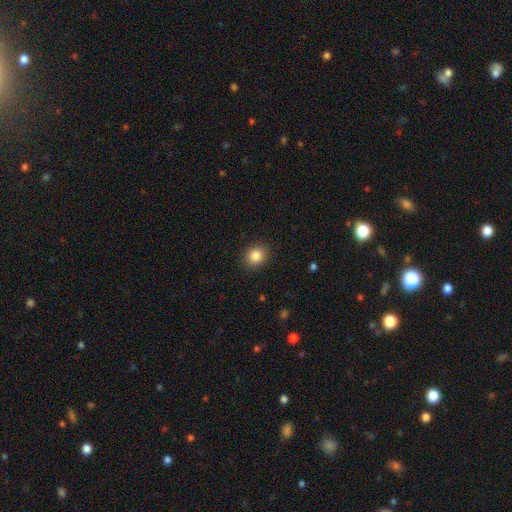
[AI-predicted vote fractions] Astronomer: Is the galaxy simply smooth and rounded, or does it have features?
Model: smooth — 85%.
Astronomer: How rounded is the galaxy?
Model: round — 72%.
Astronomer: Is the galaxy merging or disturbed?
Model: none — 90%.